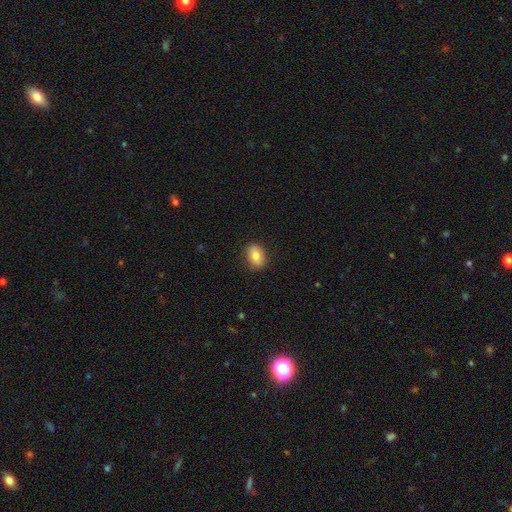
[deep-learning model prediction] This appears to be a smooth galaxy with no disk features (80%) that is in between round and cigar-shaped (72%). Merging: none (86%).